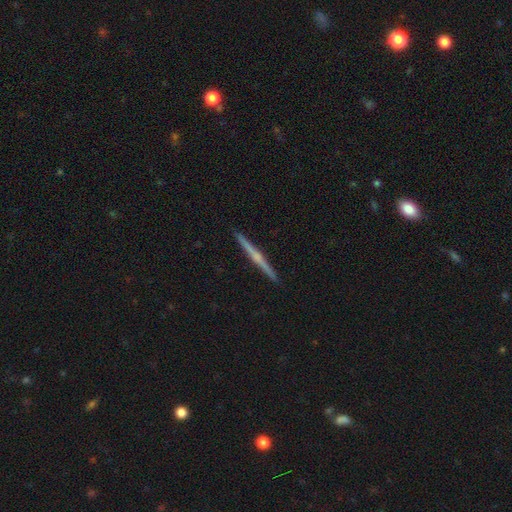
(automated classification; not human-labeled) Q: Smooth or featured?
A: featured or disk (75%); runner-up: smooth (20%)
Q: Edge-on disk?
A: yes (98%); runner-up: no (2%)
Q: Edge-on bulge?
A: rounded (67%); runner-up: none (24%)
Q: Merging?
A: none (93%); runner-up: minor disturbance (5%)